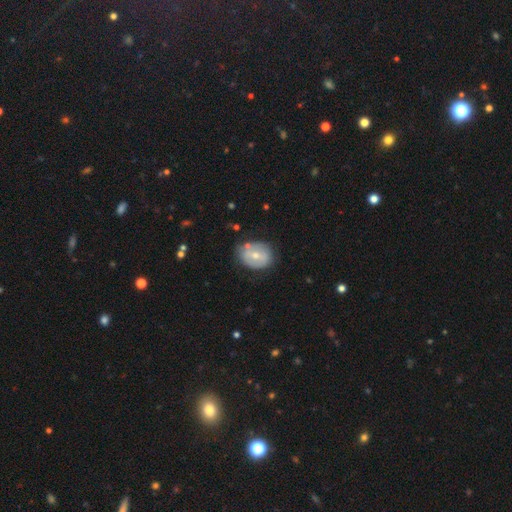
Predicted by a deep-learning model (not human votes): Smooth or featured: smooth — 47% (featured or disk — 46%)
Merging: none — 69% (minor disturbance — 21%)